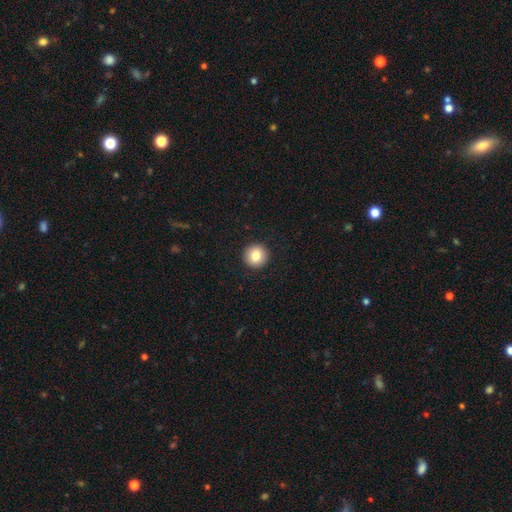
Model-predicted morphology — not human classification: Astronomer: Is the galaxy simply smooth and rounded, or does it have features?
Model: smooth — 82%.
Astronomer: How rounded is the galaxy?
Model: round — 96%.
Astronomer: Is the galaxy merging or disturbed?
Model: none — 93%.